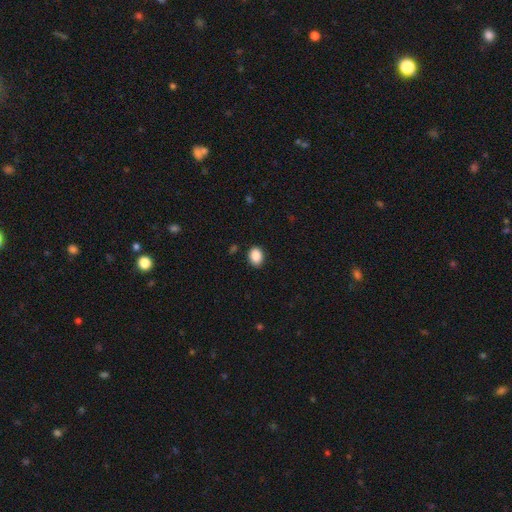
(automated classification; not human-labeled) Smooth or featured? Predicted: smooth (p=0.89). How rounded? Predicted: in between (p=0.66). Merging? Predicted: none (p=0.88).